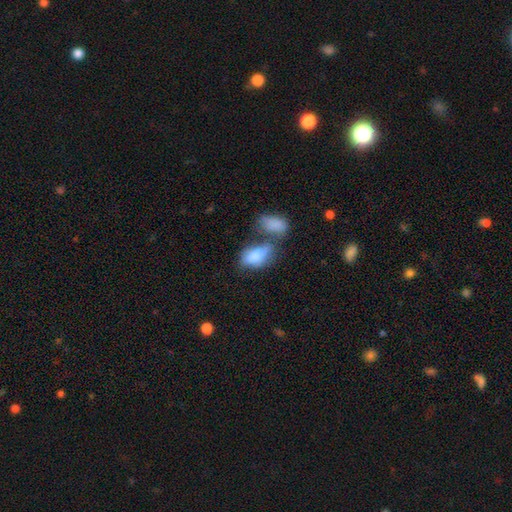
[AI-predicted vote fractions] Morphology: type=smooth (79%); roundness=in between (91%); merging=merger (44%).